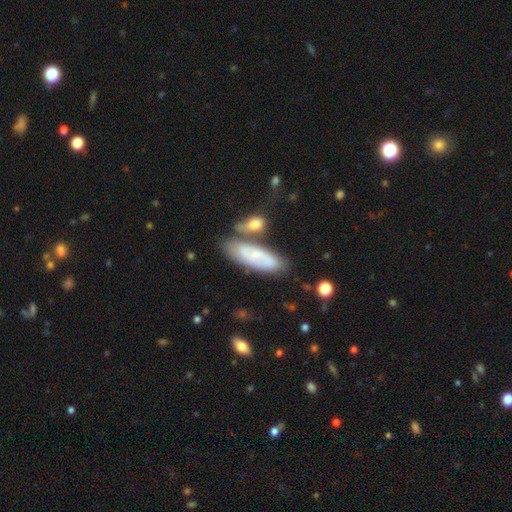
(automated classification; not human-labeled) This appears to be a smooth galaxy with no disk features (48%). Merging: none (55%).